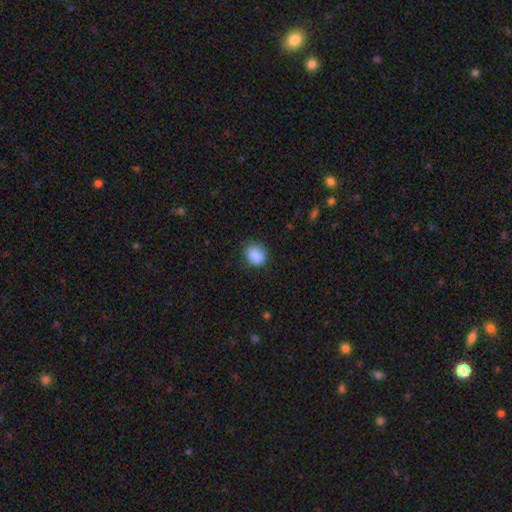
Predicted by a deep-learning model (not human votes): Morphology: type=smooth (87%); roundness=round (56%); merging=none (76%).